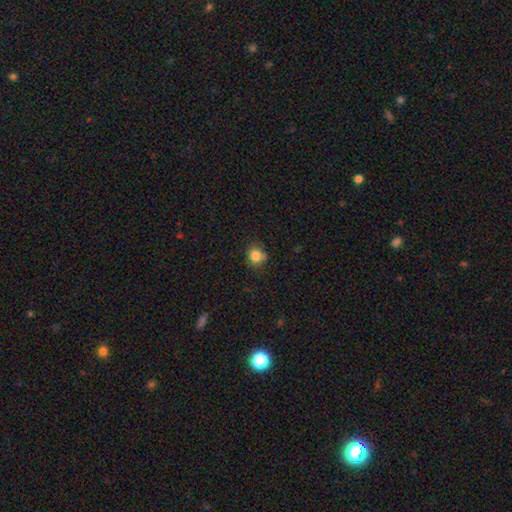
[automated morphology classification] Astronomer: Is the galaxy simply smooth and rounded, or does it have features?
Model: smooth — 83%.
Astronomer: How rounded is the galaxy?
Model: round — 75%.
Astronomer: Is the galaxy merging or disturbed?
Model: none — 66%.